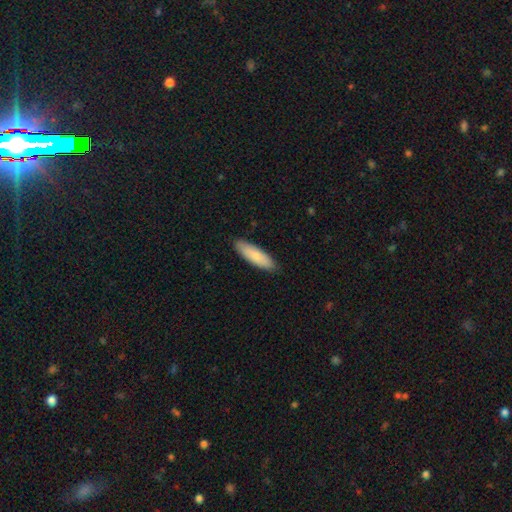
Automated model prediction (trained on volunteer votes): Q: Smooth or featured?
A: smooth (79%); runner-up: featured or disk (15%)
Q: How rounded?
A: cigar-shaped (50%); runner-up: in between (48%)
Q: Merging?
A: none (87%); runner-up: minor disturbance (10%)